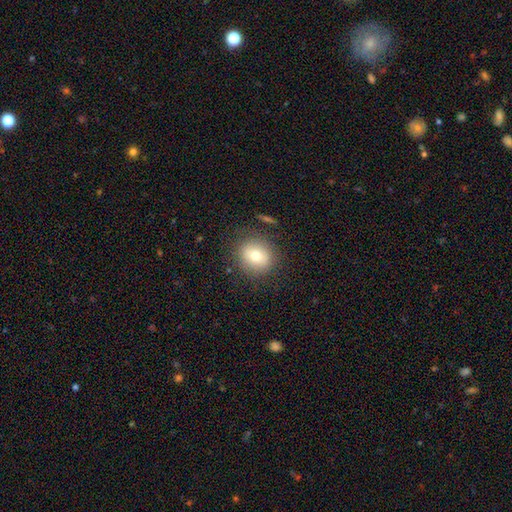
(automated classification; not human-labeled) The model was most divided on "how rounded": round: 77%, in between: 22%, cigar-shaped: 1%. More confident: merging — none (83%); smooth or featured — smooth (72%).